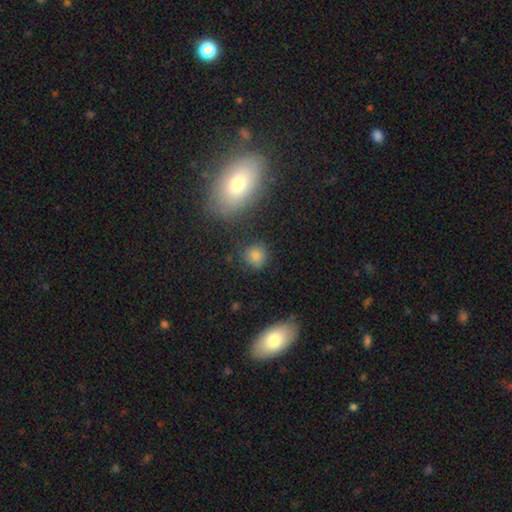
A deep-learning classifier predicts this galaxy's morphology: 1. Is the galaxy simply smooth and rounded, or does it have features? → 79% smooth, 14% star or artifact, 7% featured or disk.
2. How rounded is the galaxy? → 87% round, 12% in between, 1% cigar-shaped.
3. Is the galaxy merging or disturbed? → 81% none, 11% minor disturbance, 4% merger, 4% major disturbance.